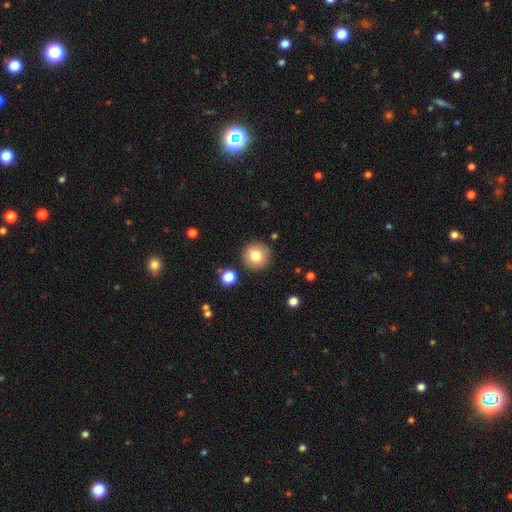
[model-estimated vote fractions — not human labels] smooth_or_featured: smooth (p=0.80) [alt: featured or disk p=0.10]
how_rounded: round (p=0.95) [alt: in between p=0.04]
merging: none (p=0.89) [alt: minor disturbance p=0.07]